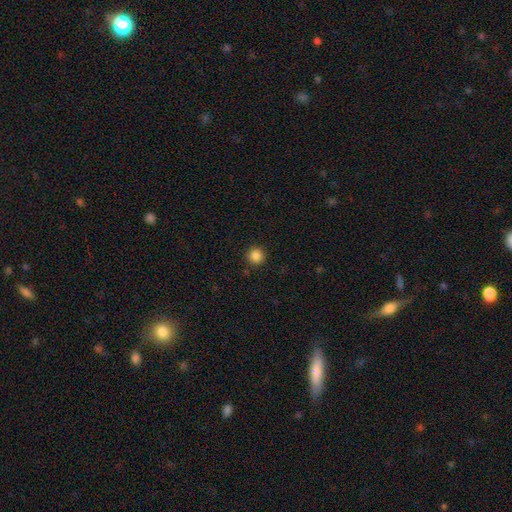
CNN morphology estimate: smooth-or-featured: smooth: 86% | star or artifact: 11% | featured or disk: 3%
  how-rounded: round: 95% | in between: 4% | cigar-shaped: 1%
  merging: none: 91% | minor disturbance: 6% | major disturbance: 2% | merger: 2%